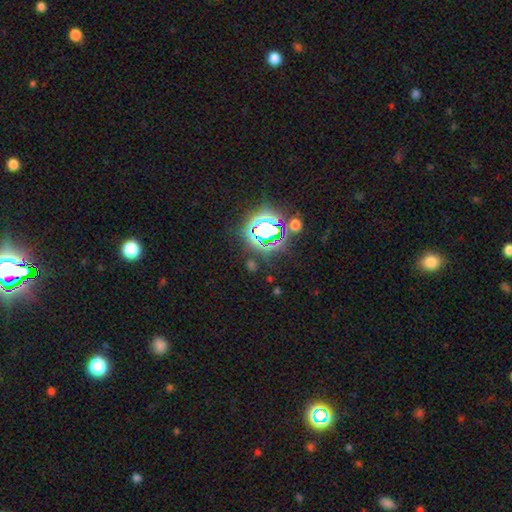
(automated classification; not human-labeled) Smooth or featured?
  - star or artifact: 79% *
  - smooth: 14%
  - featured or disk: 7%